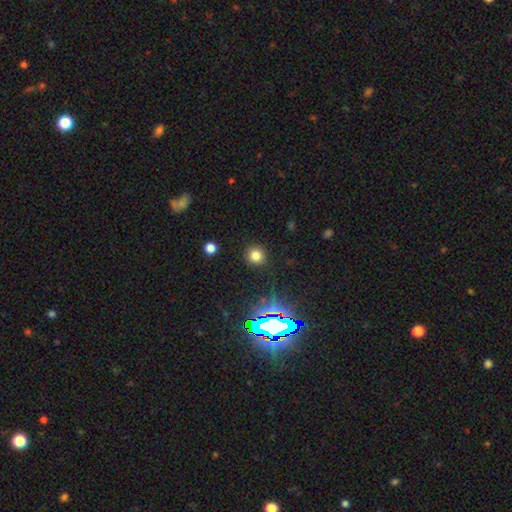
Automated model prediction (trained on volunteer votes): Smooth or featured: smooth — 76% (star or artifact — 19%)
How rounded: round — 92% (in between — 7%)
Merging: none — 89% (minor disturbance — 6%)